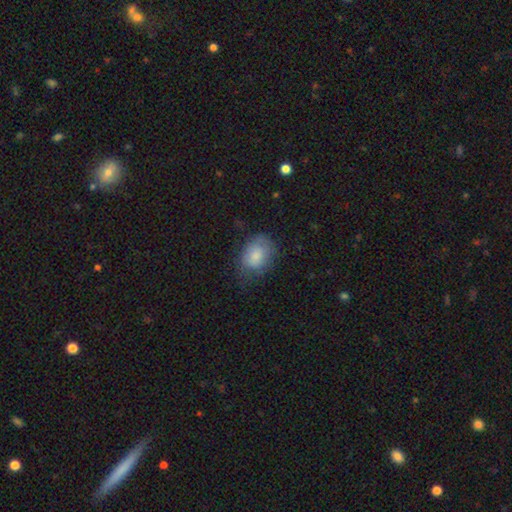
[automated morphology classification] smooth 81%, featured or disk 11%, star or artifact 7%. Down the decision tree: how rounded — in between (70%); merging — none (58%).